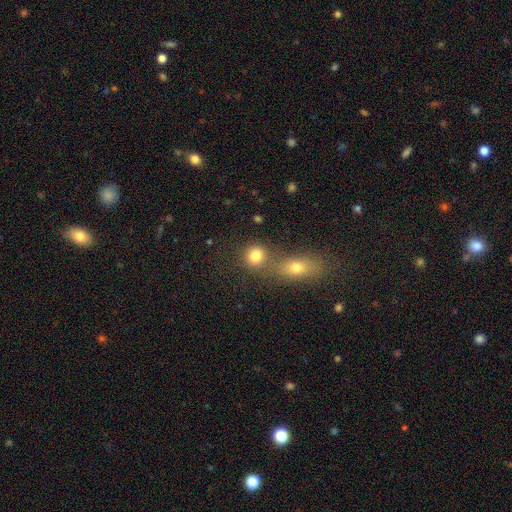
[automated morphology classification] This appears to be a smooth galaxy with no disk features (79%) that is round (81%). Merging: none (53%).